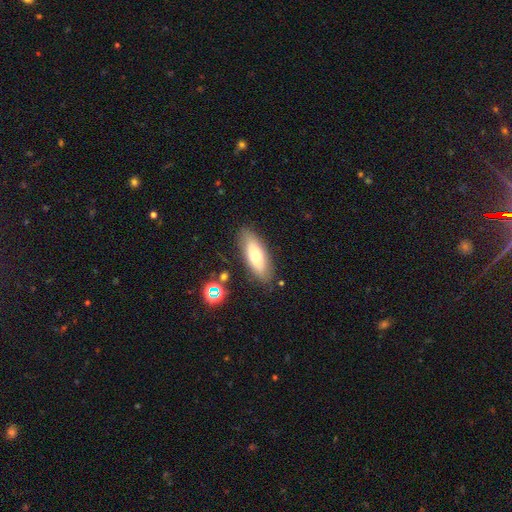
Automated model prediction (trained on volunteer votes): This appears to be a smooth galaxy with no disk features (63%) that is in between round and cigar-shaped (70%). Merging: none (82%).